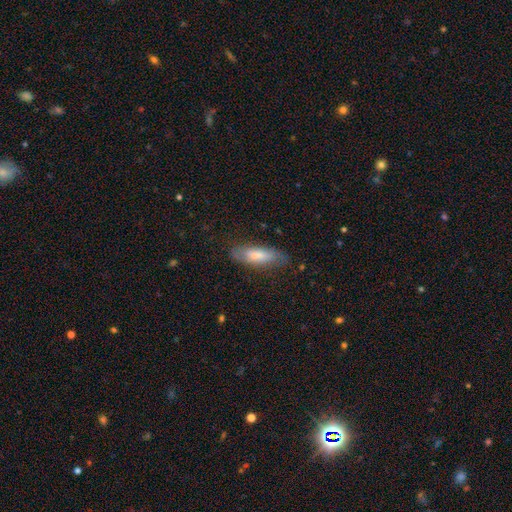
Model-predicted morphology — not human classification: Q: Smooth or featured?
A: smooth (66%); runner-up: featured or disk (27%)
Q: How rounded?
A: cigar-shaped (53%); runner-up: in between (45%)
Q: Merging?
A: none (73%); runner-up: minor disturbance (20%)